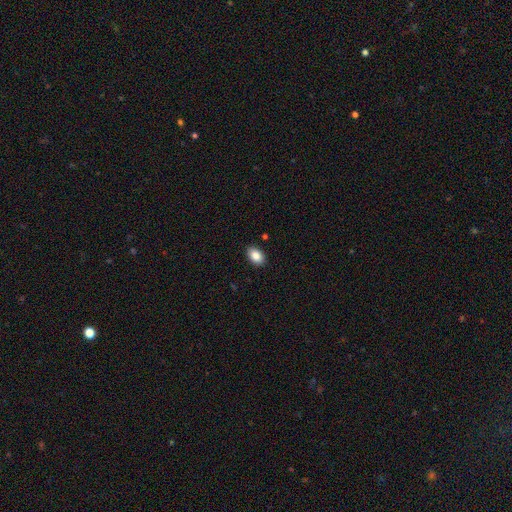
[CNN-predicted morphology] Smooth or featured? smooth (87%)
How rounded? in between (88%)
Merging? none (90%)